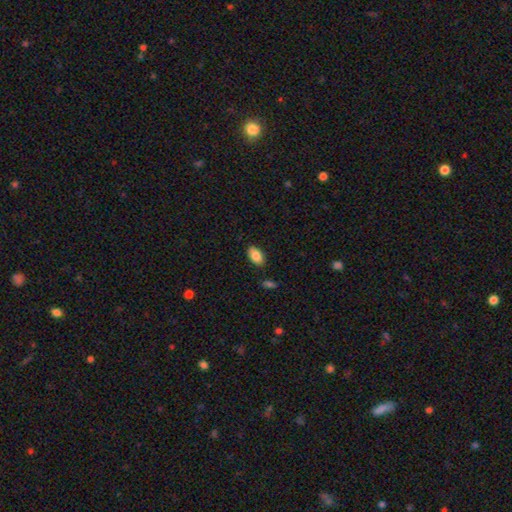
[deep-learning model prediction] Smooth or featured? Predicted: smooth (p=0.86). How rounded? Predicted: in between (p=0.93). Merging? Predicted: none (p=0.86).